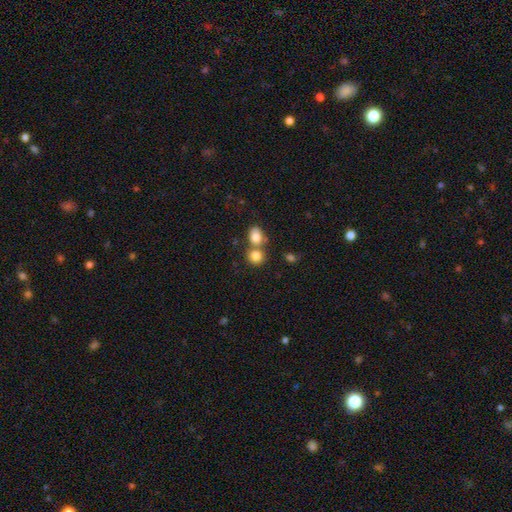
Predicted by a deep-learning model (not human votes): smooth 82%, star or artifact 10%, featured or disk 8%. Down the decision tree: how rounded — round (78%); merging — none (49%).